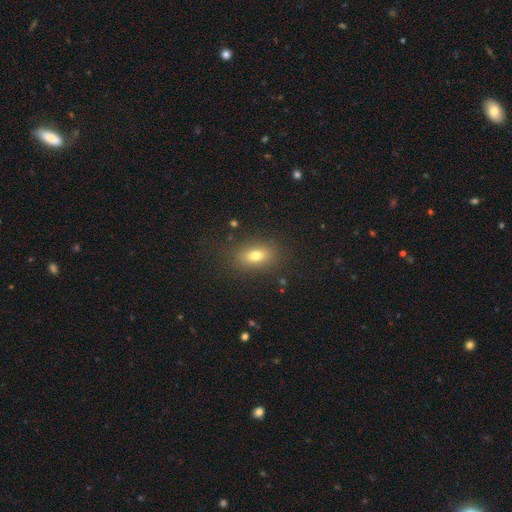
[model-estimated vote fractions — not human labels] The model was most divided on "smooth or featured": smooth: 74%, featured or disk: 14%, star or artifact: 12%. More confident: merging — none (83%); how rounded — in between (81%).